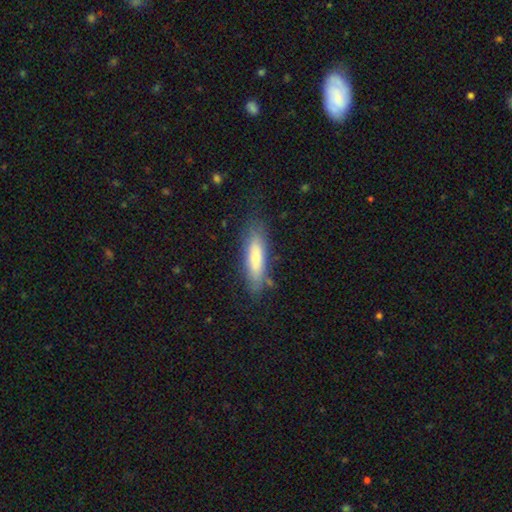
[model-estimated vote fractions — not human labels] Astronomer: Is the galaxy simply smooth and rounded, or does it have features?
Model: smooth — 72%.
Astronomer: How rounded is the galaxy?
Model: cigar-shaped — 65%.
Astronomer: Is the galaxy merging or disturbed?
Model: none — 78%.